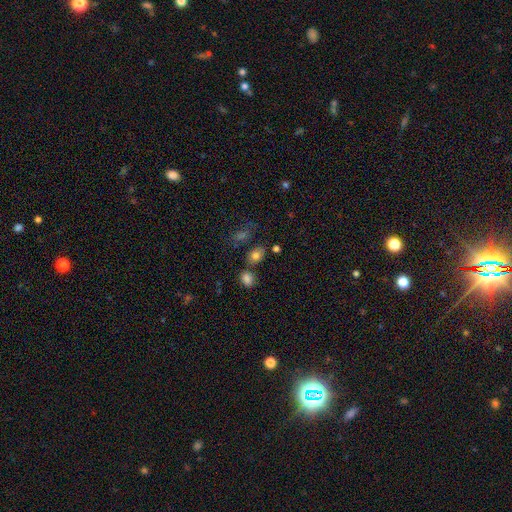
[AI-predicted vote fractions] A smooth galaxy with no disk features (79%) that is in between round and cigar-shaped (63%).

Vote fractions:
- Smooth or featured? smooth: 79% / star or artifact: 12% / featured or disk: 9%
- How rounded? in between: 63% / round: 35% / cigar-shaped: 2%
- Merging? none: 65% / merger: 16% / minor disturbance: 14% / major disturbance: 5%